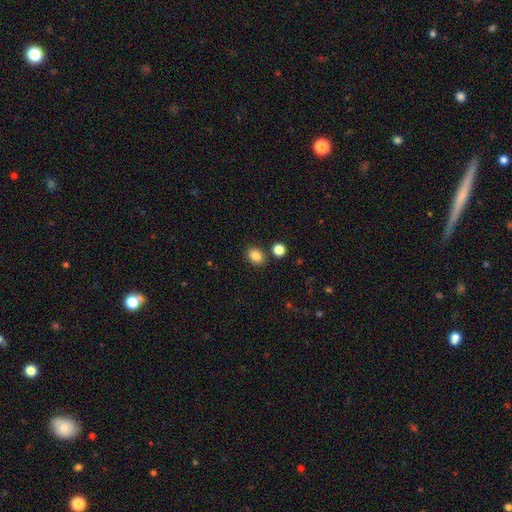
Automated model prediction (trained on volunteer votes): smooth-or-featured: smooth: 86% | star or artifact: 10% | featured or disk: 4%
  how-rounded: in between: 63% | round: 36% | cigar-shaped: 1%
  merging: none: 82% | minor disturbance: 9% | merger: 7% | major disturbance: 3%